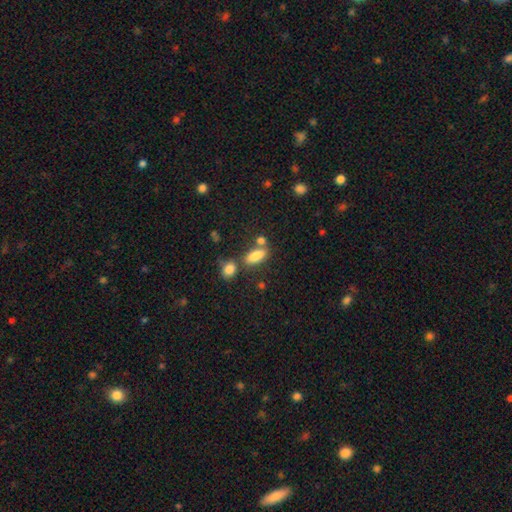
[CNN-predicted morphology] Smooth or featured?
  - smooth: 83% *
  - star or artifact: 9%
  - featured or disk: 8%
How rounded?
  - in between: 77% *
  - cigar-shaped: 18%
  - round: 5%
Merging?
  - none: 62% *
  - merger: 19%
  - minor disturbance: 14%
  - major disturbance: 5%